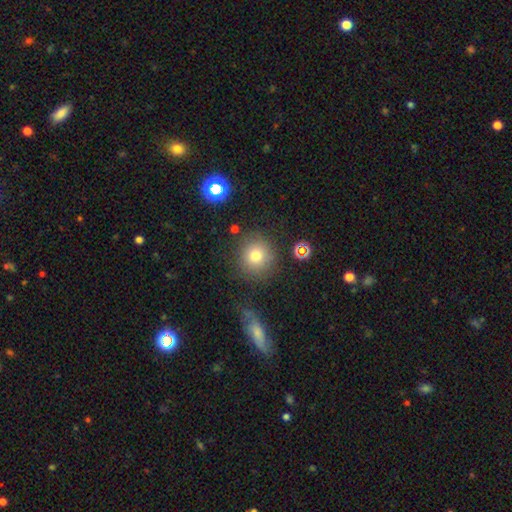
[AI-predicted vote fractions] Q: Smooth or featured?
A: smooth (75%); runner-up: star or artifact (15%)
Q: How rounded?
A: round (92%); runner-up: in between (7%)
Q: Merging?
A: none (81%); runner-up: minor disturbance (10%)